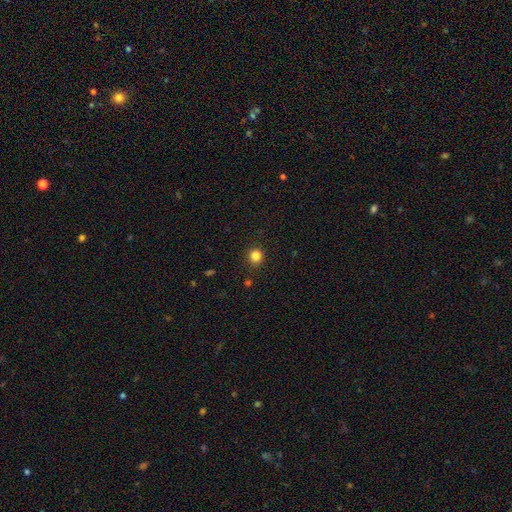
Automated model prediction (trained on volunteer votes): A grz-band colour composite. It shows a smooth galaxy with no disk features (84%) that is round (91%). Merging: none (91%).